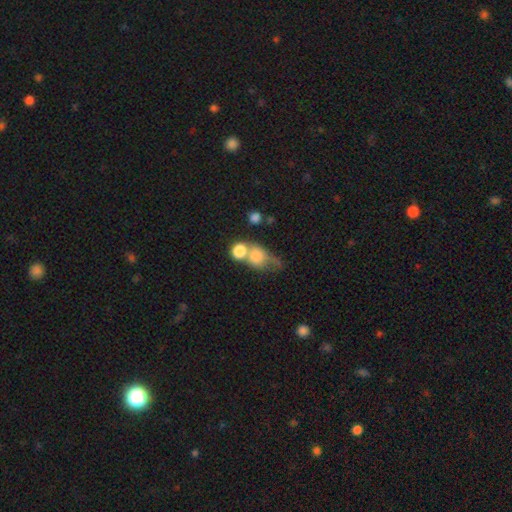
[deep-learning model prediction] Smooth or featured: smooth — 73% (featured or disk — 16%)
How rounded: round — 57% (in between — 41%)
Merging: merger — 57% (none — 22%)